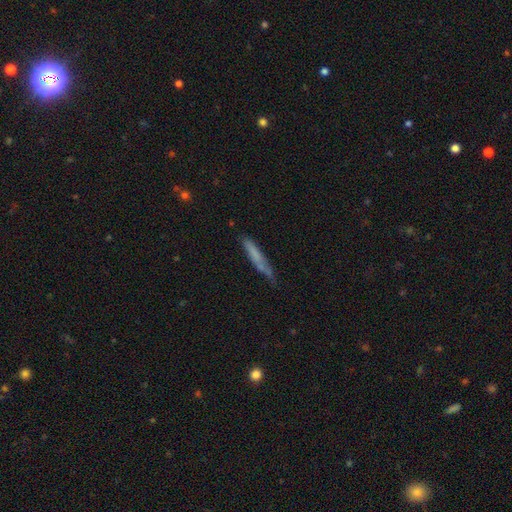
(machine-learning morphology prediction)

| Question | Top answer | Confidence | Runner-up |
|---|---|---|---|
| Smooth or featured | smooth | 60% | featured or disk (31%) |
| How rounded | cigar-shaped | 93% | in between (6%) |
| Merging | none | 63% | minor disturbance (26%) |